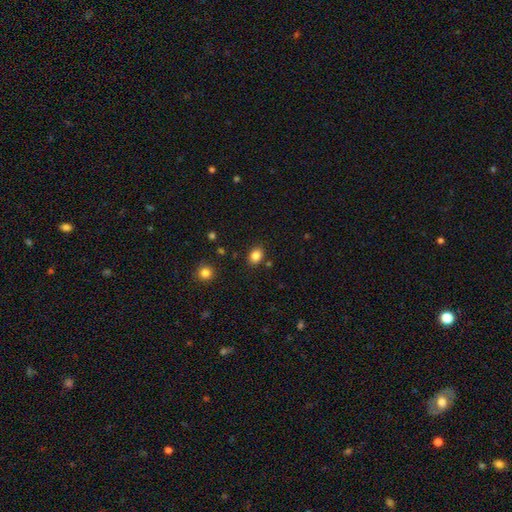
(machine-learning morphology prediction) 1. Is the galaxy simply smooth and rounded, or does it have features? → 84% smooth, 10% star or artifact, 5% featured or disk.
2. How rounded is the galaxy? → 62% in between, 38% round, 1% cigar-shaped.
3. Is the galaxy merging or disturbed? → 84% none, 10% minor disturbance, 3% merger, 3% major disturbance.